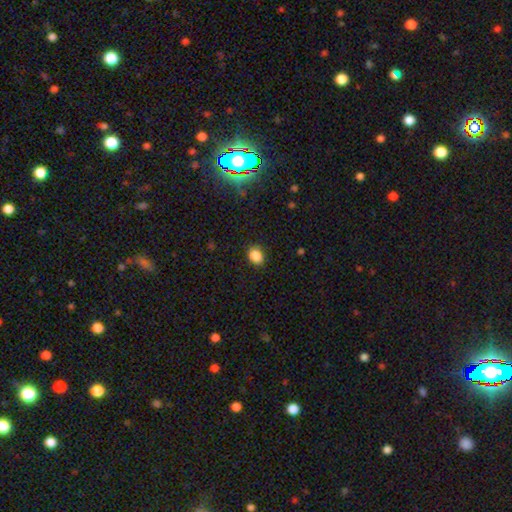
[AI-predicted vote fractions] smooth_or_featured: smooth (p=0.86) [alt: star or artifact p=0.10]
how_rounded: in between (p=0.59) [alt: round p=0.40]
merging: none (p=0.86) [alt: minor disturbance p=0.10]